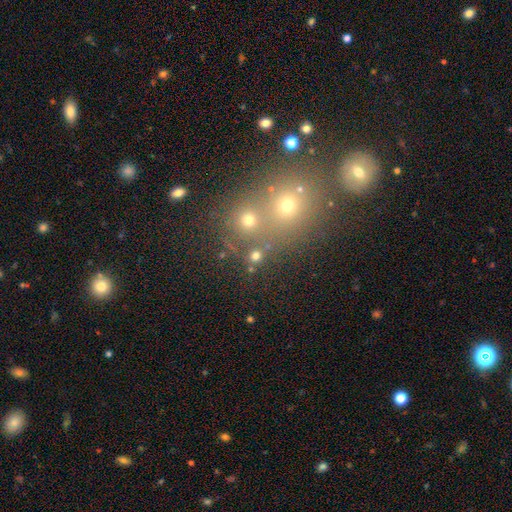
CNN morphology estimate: Q: Smooth or featured?
A: smooth (71%); runner-up: star or artifact (21%)
Q: How rounded?
A: round (86%); runner-up: in between (12%)
Q: Merging?
A: none (68%); runner-up: merger (22%)